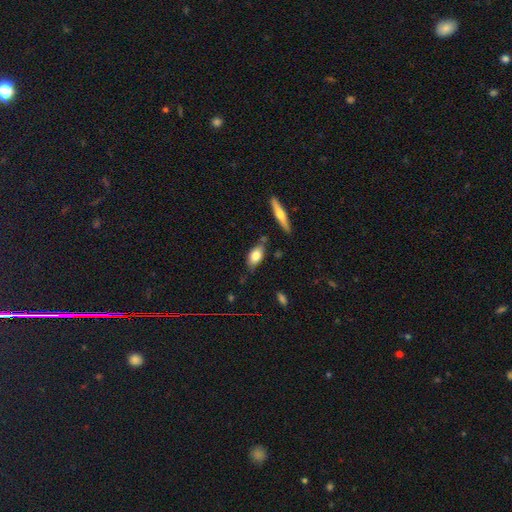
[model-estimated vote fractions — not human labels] This appears to be a smooth galaxy with no disk features (73%) that is in between round and cigar-shaped (83%). Merging: none (69%).